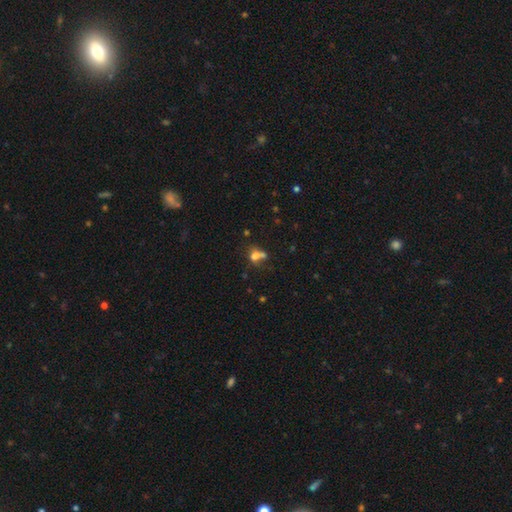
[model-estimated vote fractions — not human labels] smooth_or_featured: smooth (p=0.66) [alt: star or artifact p=0.17]
how_rounded: in between (p=0.52) [alt: round p=0.45]
merging: merger (p=0.46) [alt: none p=0.30]